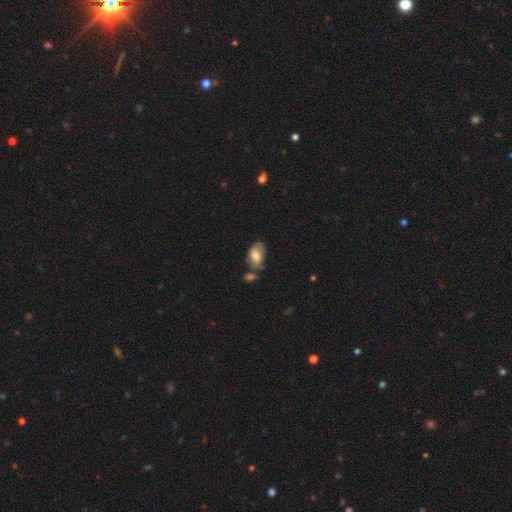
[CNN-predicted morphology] A smooth galaxy with no disk features (76%) that is in between round and cigar-shaped (92%). Merging: none (48%).